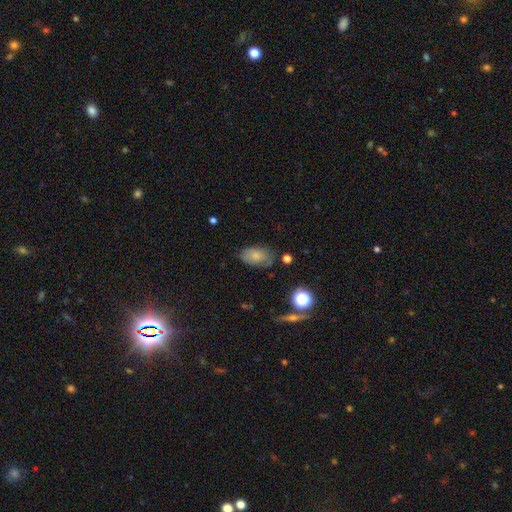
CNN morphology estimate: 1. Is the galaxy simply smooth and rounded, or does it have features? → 70% smooth, 19% featured or disk, 10% star or artifact.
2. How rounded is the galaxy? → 90% in between, 8% round, 2% cigar-shaped.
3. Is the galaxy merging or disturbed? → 62% none, 26% minor disturbance, 9% major disturbance, 2% merger.